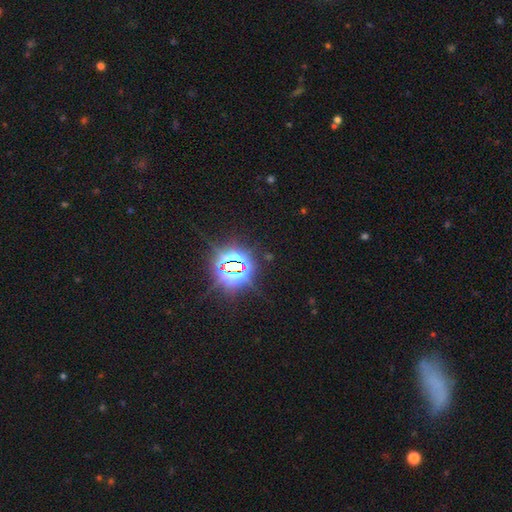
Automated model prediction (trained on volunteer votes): smooth-or-featured: star or artifact: 81% | smooth: 14% | featured or disk: 6%